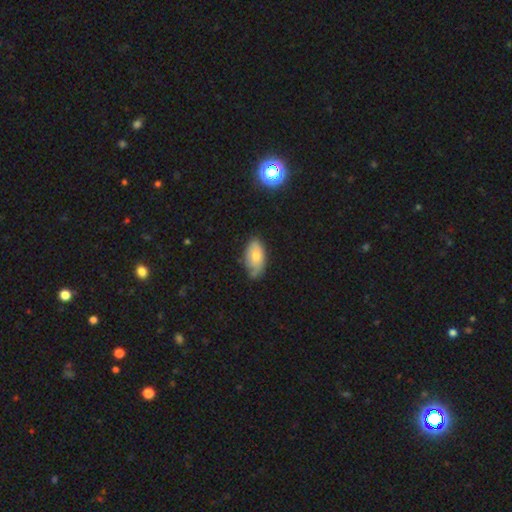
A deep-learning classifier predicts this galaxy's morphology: This is likely a smooth galaxy (69%). How rounded: clearly in between (93%). Merging: possibly none (58%).